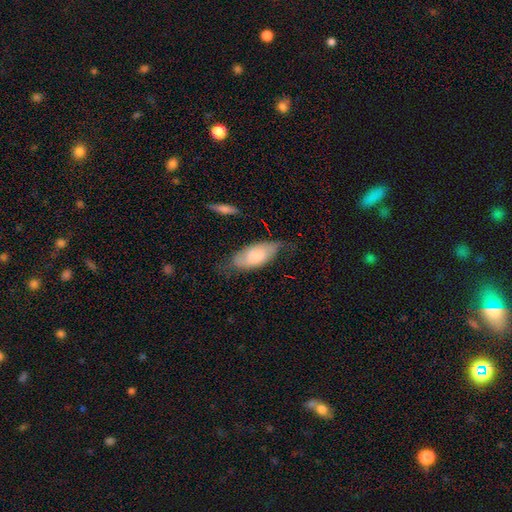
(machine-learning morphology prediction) Overall: smooth (67%). How rounded: in between (88%). Merging: none (50%; minor disturbance 34%).